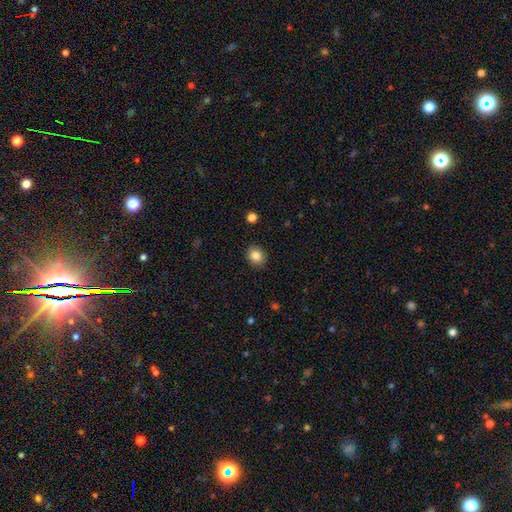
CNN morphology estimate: type=smooth (84%); roundness=round (62%); merging=none (90%).